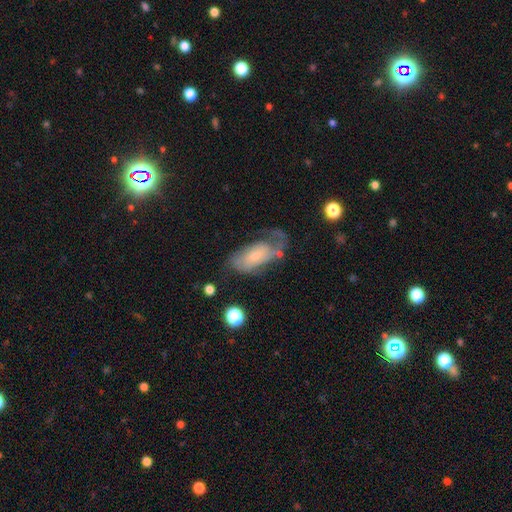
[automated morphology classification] smooth-or-featured: featured or disk: 60% | smooth: 32% | star or artifact: 8%
  disk-edge-on: no: 92% | yes: 8%
    bar: no: 68% | weak: 26% | strong: 6%
    has-spiral-arms: yes: 76% | no: 24%
    bulge-size: small: 64% | moderate: 25% | none: 6% | large: 4% | dominant: 1%
  merging: none: 37% | major disturbance: 34% | minor disturbance: 25% | merger: 5%